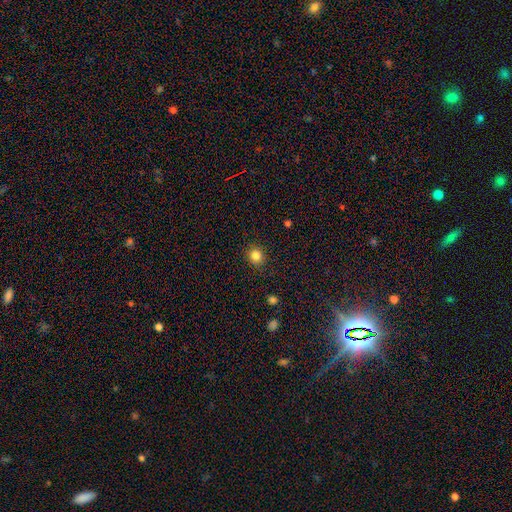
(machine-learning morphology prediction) Overall: smooth (84%). How rounded: round (88%). Merging: none (91%).